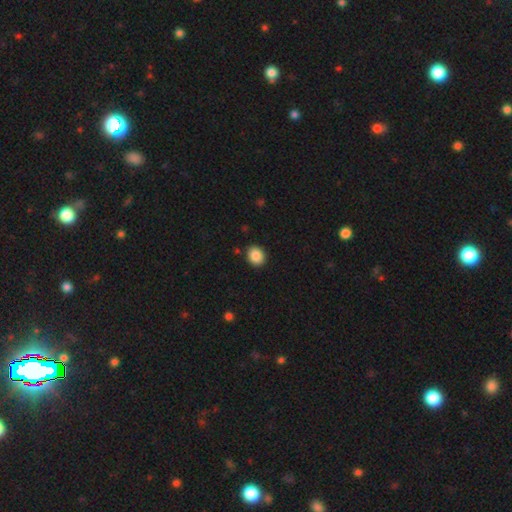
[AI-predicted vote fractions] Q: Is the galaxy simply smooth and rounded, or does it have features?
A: smooth — 88%.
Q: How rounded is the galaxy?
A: round — 62%.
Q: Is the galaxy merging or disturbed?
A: none — 90%.